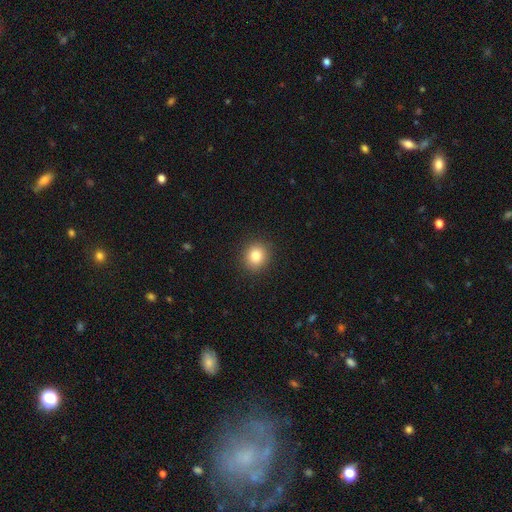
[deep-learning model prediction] Q: Smooth or featured?
A: smooth (83%); runner-up: star or artifact (11%)
Q: How rounded?
A: round (83%); runner-up: in between (16%)
Q: Merging?
A: none (91%); runner-up: minor disturbance (6%)